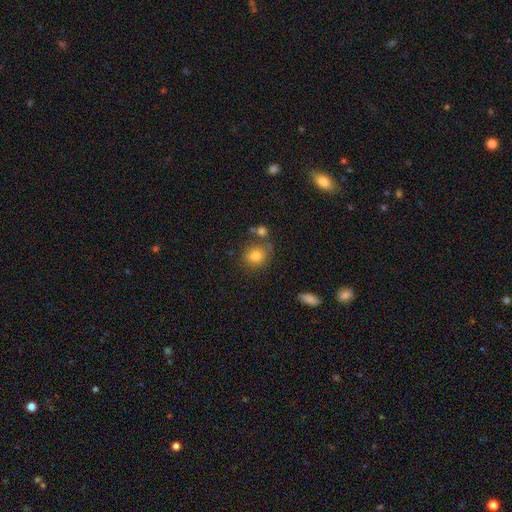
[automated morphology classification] Overall: smooth (80%). How rounded: round (69%; in between 30%). Merging: none (65%).